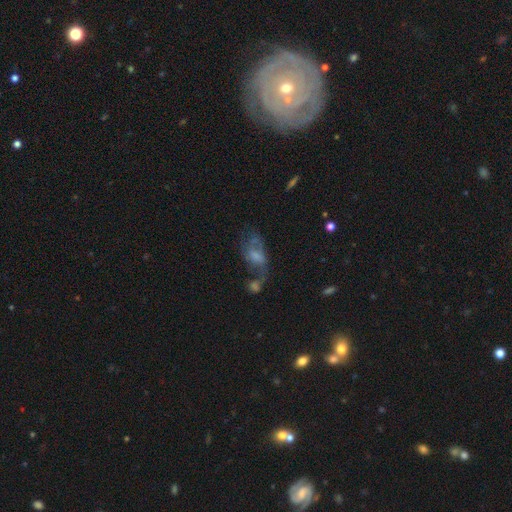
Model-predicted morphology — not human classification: Overall: featured or disk (54%; smooth 28%). Edge-on disk: no (93%). Bar: no (58%; weak 34%). Spiral arms: yes (64%; no 36%). Bulge size: moderate (35%; small 29%). Merging: none (33%; merger 27%).